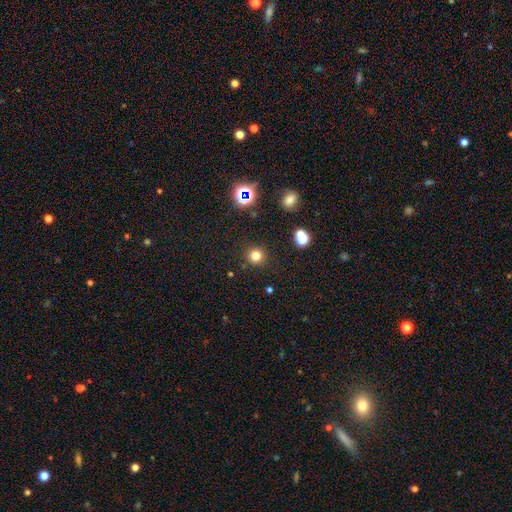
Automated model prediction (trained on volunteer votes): Morphology: type=smooth (76%); roundness=round (92%); merging=none (89%).